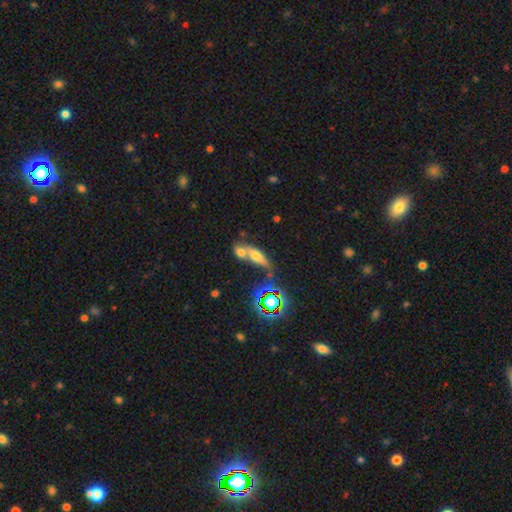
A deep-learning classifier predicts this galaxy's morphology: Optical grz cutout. It shows a smooth galaxy with no disk features (52%) that is in between round and cigar-shaped (55%). Merging: merger (59%).